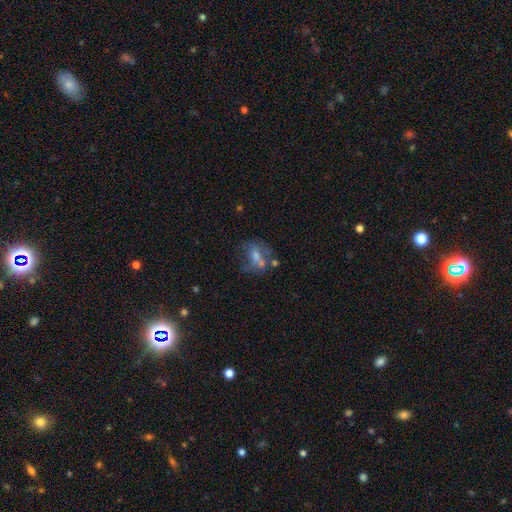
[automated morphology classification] featured or disk 46%, smooth 37%, star or artifact 18%. Down the decision tree: merging — none (43%).